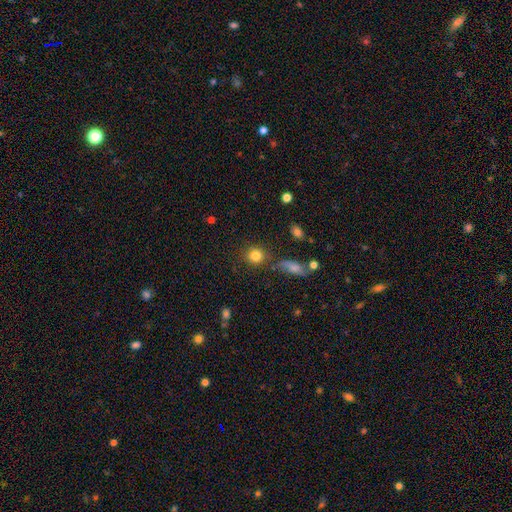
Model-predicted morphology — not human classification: A smooth galaxy with no disk features (83%) that is round (88%).

Vote fractions:
- Smooth or featured? smooth: 83% / star or artifact: 10% / featured or disk: 7%
- How rounded? round: 88% / in between: 11% / cigar-shaped: 1%
- Merging? none: 77% / minor disturbance: 10% / merger: 8% / major disturbance: 4%